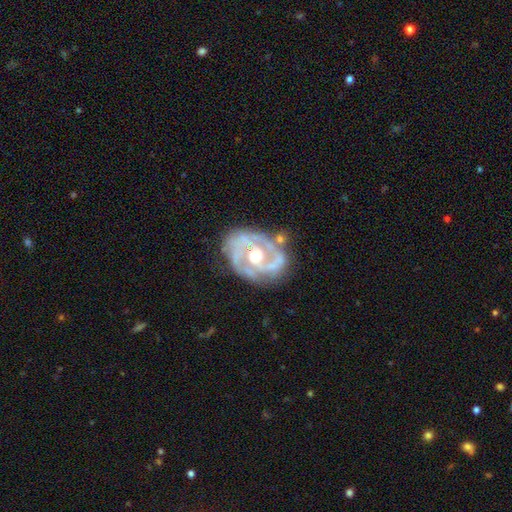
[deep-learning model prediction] The model was most divided on "spiral winding": tight: 51%, medium: 40%, loose: 9%. Remaining: edge-on disk — no (97%); spiral arms — yes (94%); smooth or featured — featured or disk (90%); bulge size — moderate (75%); merging — none (70%); bar — no (58%); spiral arm count — 2 (44%).